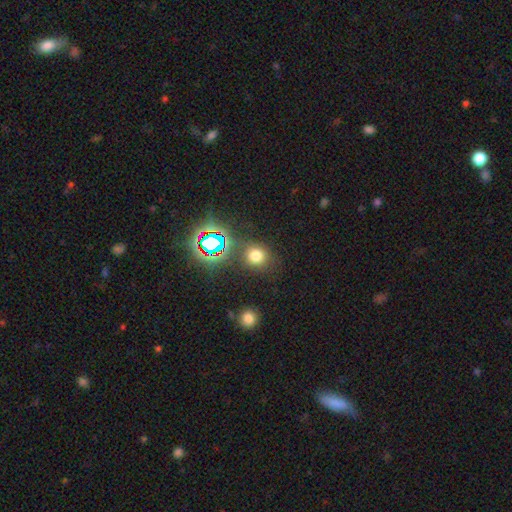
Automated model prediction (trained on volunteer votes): Smooth or featured? Predicted: smooth (p=0.68). How rounded? Predicted: round (p=0.79). Merging? Predicted: none (p=0.80).